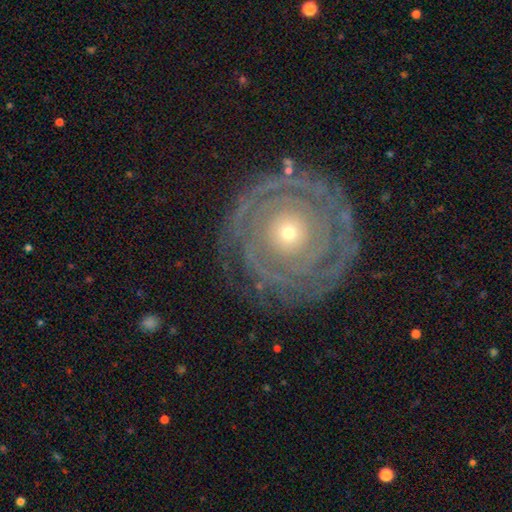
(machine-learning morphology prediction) Smooth or featured? featured or disk (80%)
Edge-on disk? no (96%)
Bar? no (87%)
Spiral arms? yes (83%)
Spiral winding? tight (87%)
Spiral arm count? can't tell (39%)
Bulge size? small (69%)
Merging? none (80%)